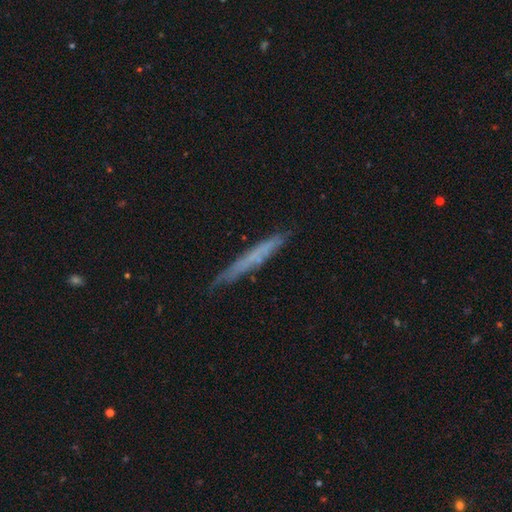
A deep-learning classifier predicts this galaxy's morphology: Q: Smooth or featured?
A: smooth (52%); runner-up: featured or disk (40%)
Q: How rounded?
A: cigar-shaped (96%); runner-up: in between (3%)
Q: Merging?
A: none (81%); runner-up: minor disturbance (15%)